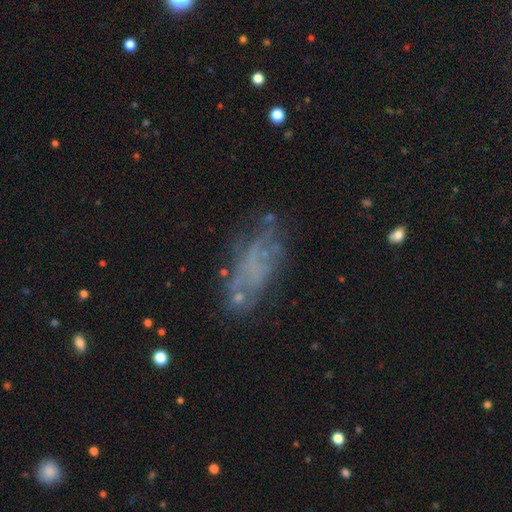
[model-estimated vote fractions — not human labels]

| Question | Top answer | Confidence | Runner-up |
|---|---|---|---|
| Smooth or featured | featured or disk | 53% | smooth (32%) |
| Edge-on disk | no | 92% | yes (8%) |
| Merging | none | 52% | minor disturbance (21%) |